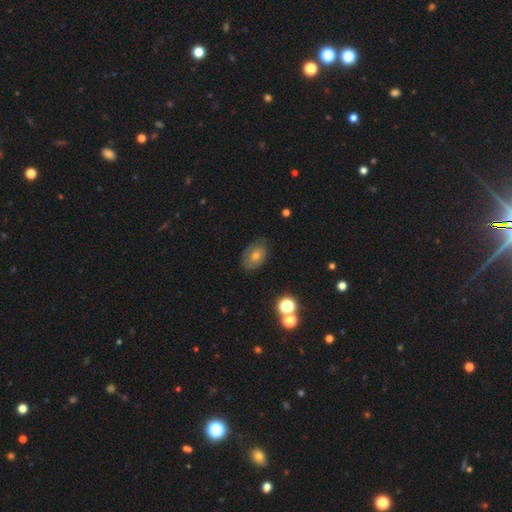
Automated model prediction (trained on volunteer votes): smooth_or_featured: smooth (p=0.50) [alt: featured or disk p=0.34]
merging: none (p=0.77) [alt: minor disturbance p=0.17]